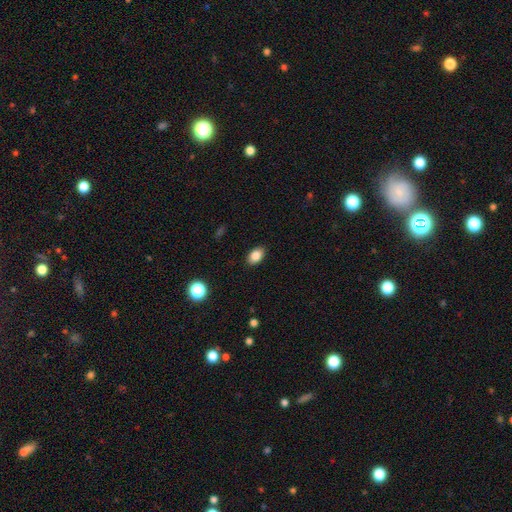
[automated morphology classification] Smooth or featured? smooth (85%)
How rounded? in between (85%)
Merging? none (88%)